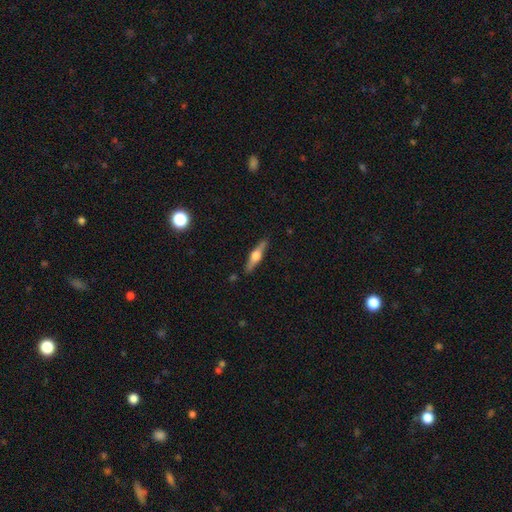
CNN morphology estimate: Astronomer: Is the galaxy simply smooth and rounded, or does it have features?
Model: featured or disk — 64%.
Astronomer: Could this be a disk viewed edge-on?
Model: yes — 97%.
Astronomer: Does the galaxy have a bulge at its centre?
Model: rounded — 93%.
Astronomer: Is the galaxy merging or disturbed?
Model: none — 88%.